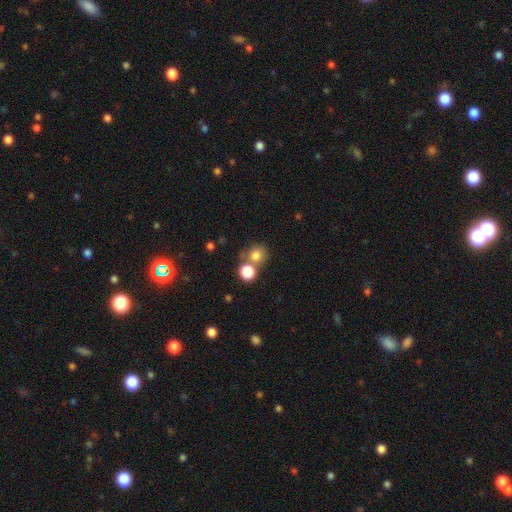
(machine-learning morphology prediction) Smooth or featured? Predicted: smooth (p=0.79). How rounded? Predicted: round (p=0.85). Merging? Predicted: none (p=0.59).